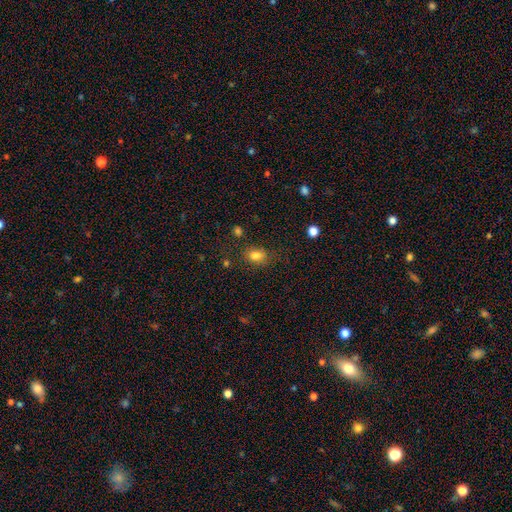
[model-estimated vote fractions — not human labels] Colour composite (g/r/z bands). It shows a smooth galaxy with no disk features (81%) that is in between round and cigar-shaped (63%). Merging: none (73%).